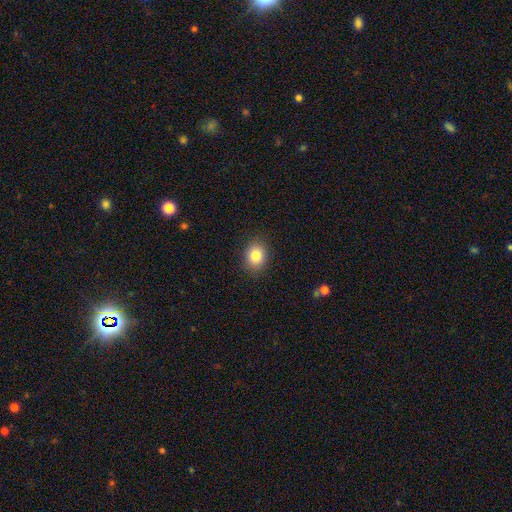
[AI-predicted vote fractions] Smooth or featured? smooth (83%)
How rounded? round (53%)
Merging? none (89%)